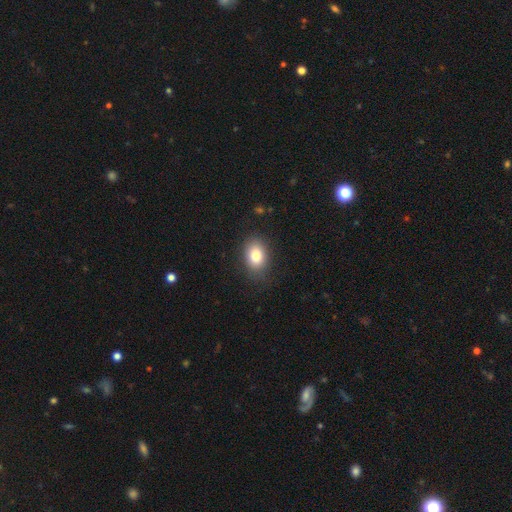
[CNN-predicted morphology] This is clearly a smooth galaxy (84%). How rounded: clearly in between (81%). Merging: clearly none (83%).